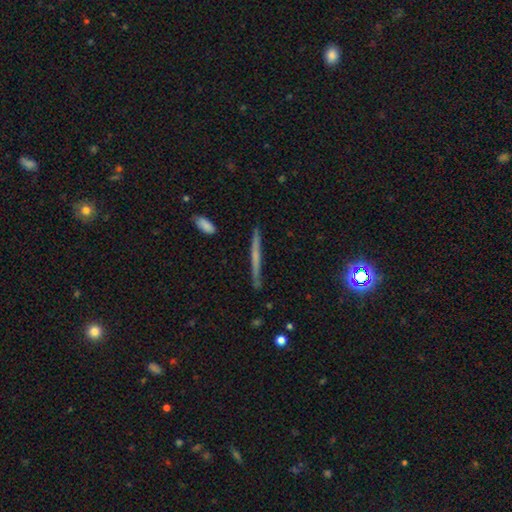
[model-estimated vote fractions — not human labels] Smooth or featured: featured or disk — 52% (smooth — 37%)
Edge-on disk: yes — 96% (no — 4%)
Edge-on bulge: none — 76% (rounded — 18%)
Merging: none — 89% (minor disturbance — 8%)